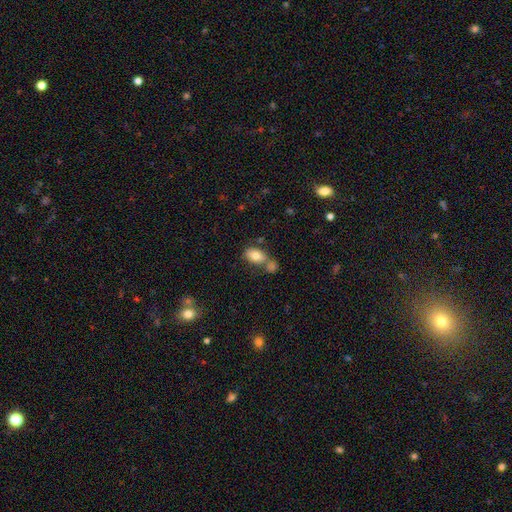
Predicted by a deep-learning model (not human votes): smooth 78%, featured or disk 14%, star or artifact 8%. Down the decision tree: how rounded — in between (89%); merging — none (46%).